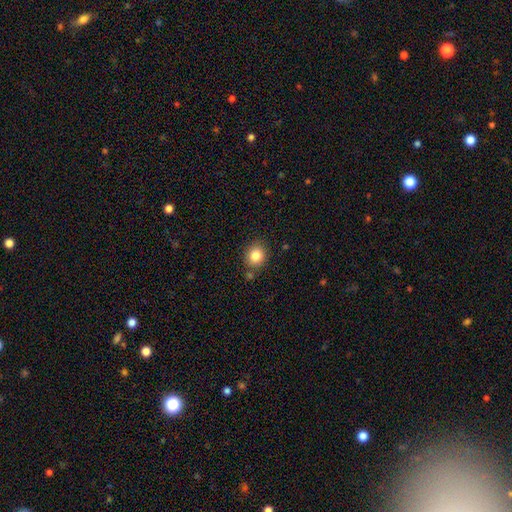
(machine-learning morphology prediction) This appears to be a smooth galaxy with no disk features (83%) that is round (80%). Merging: none (81%).